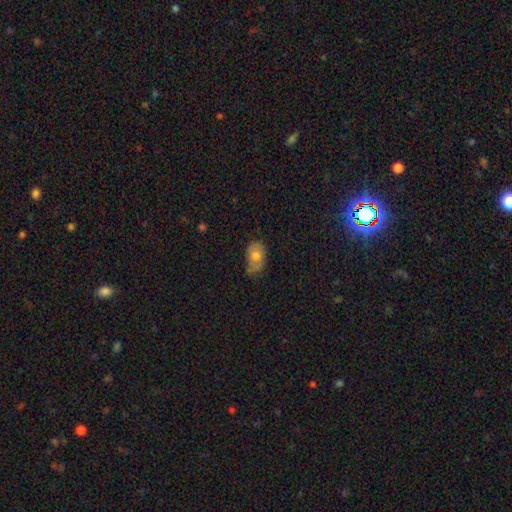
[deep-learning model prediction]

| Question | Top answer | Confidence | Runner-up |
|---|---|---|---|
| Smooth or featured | smooth | 72% | featured or disk (19%) |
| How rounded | in between | 88% | round (11%) |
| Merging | none | 51% | minor disturbance (37%) |